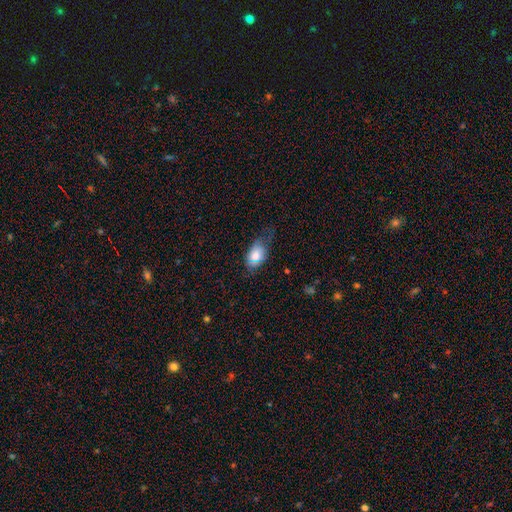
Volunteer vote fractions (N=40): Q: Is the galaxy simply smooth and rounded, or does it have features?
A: smooth — 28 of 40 (70%).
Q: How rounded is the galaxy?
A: in between — 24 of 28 (86%).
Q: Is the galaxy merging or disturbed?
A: major disturbance — 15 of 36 (42%).